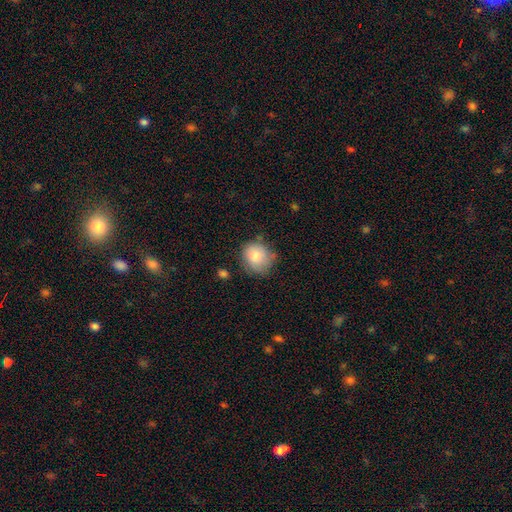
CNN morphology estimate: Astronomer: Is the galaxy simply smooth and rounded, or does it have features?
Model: smooth — 83%.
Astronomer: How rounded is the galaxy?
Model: round — 79%.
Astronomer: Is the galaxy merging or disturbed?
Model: none — 66%.